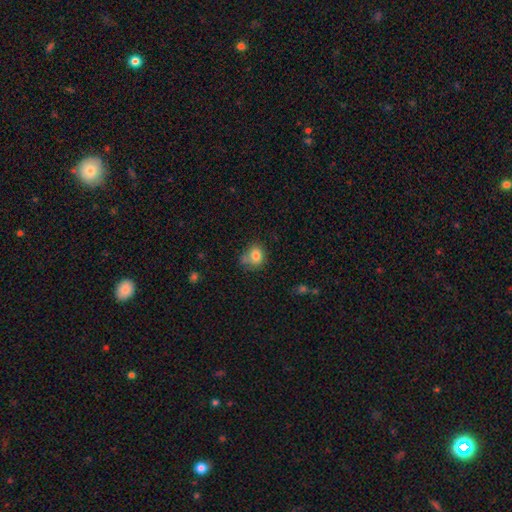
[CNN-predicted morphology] Smooth or featured? Predicted: smooth (p=0.81). How rounded? Predicted: round (p=0.66). Merging? Predicted: none (p=0.59).